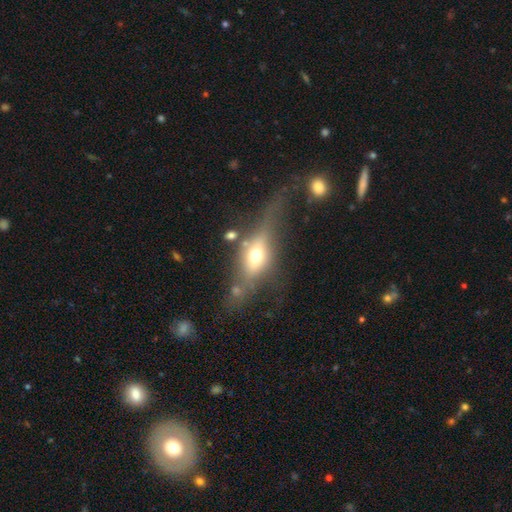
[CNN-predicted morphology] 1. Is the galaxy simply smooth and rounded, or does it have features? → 57% featured or disk, 33% smooth, 9% star or artifact.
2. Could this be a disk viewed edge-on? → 81% yes, 19% no.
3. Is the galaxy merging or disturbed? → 58% none, 20% minor disturbance, 16% major disturbance, 6% merger.